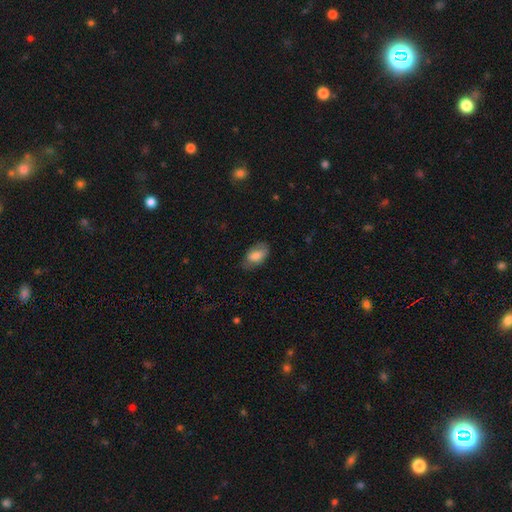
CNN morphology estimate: smooth-or-featured: smooth: 74% | featured or disk: 19% | star or artifact: 7%
  how-rounded: in between: 92% | round: 6% | cigar-shaped: 3%
  merging: none: 68% | minor disturbance: 24% | major disturbance: 7% | merger: 1%